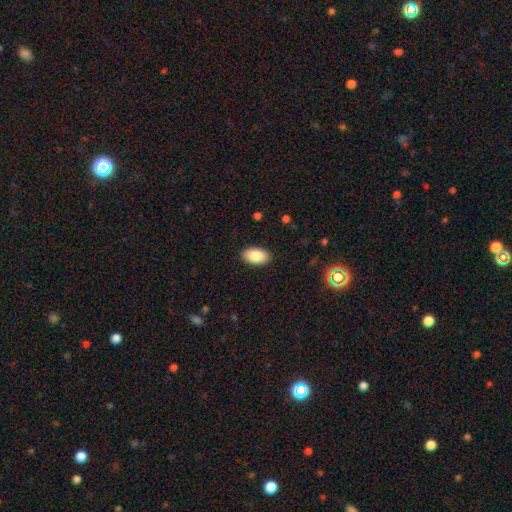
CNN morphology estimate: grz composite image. It shows a smooth galaxy with no disk features (87%) that is in between round and cigar-shaped (95%). Merging: none (89%).